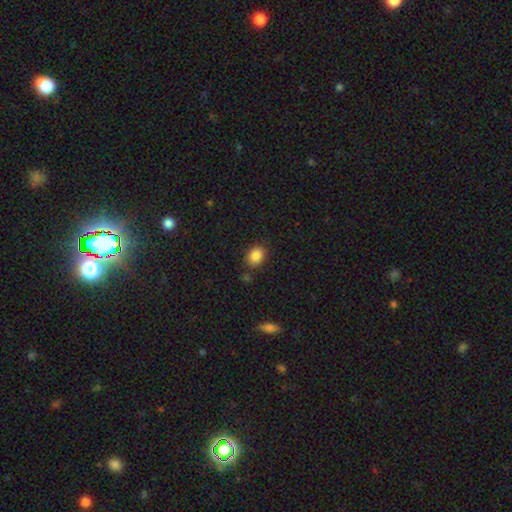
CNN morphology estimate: smooth-or-featured: smooth: 85% | star or artifact: 10% | featured or disk: 5%
  how-rounded: in between: 55% | round: 44% | cigar-shaped: 1%
  merging: none: 81% | minor disturbance: 12% | merger: 4% | major disturbance: 3%